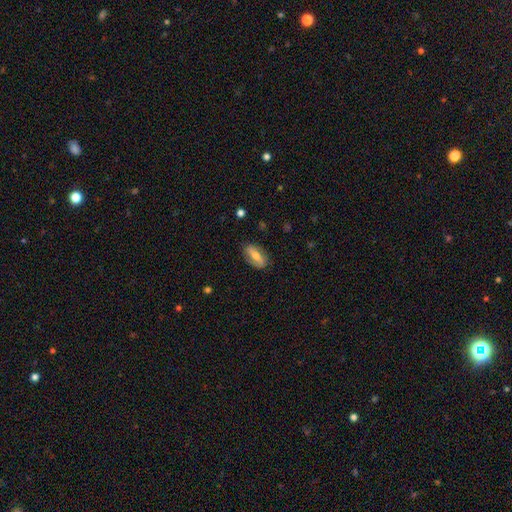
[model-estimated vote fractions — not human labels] This appears to be a featured or disk galaxy (49%). Merging: none (80%).